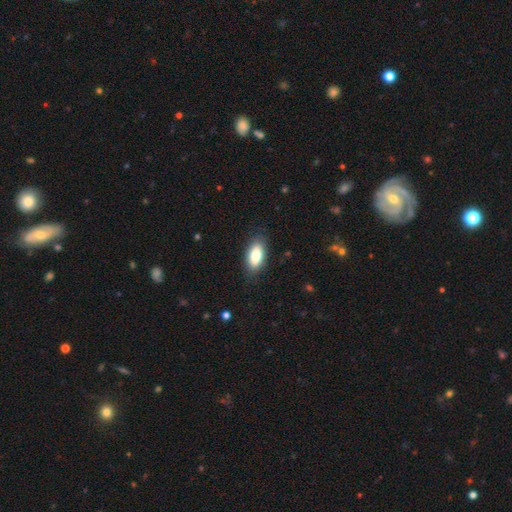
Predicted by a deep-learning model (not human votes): Smooth or featured?
  - smooth: 79% *
  - featured or disk: 14%
  - star or artifact: 7%
How rounded?
  - in between: 89% *
  - cigar-shaped: 7%
  - round: 3%
Merging?
  - none: 85% *
  - minor disturbance: 11%
  - major disturbance: 3%
  - merger: 1%